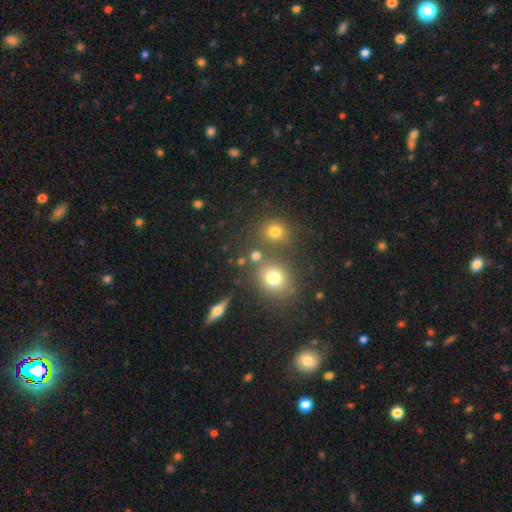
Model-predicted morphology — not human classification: Q: Smooth or featured?
A: smooth (71%); runner-up: star or artifact (20%)
Q: How rounded?
A: round (80%); runner-up: in between (18%)
Q: Merging?
A: none (70%); runner-up: merger (17%)